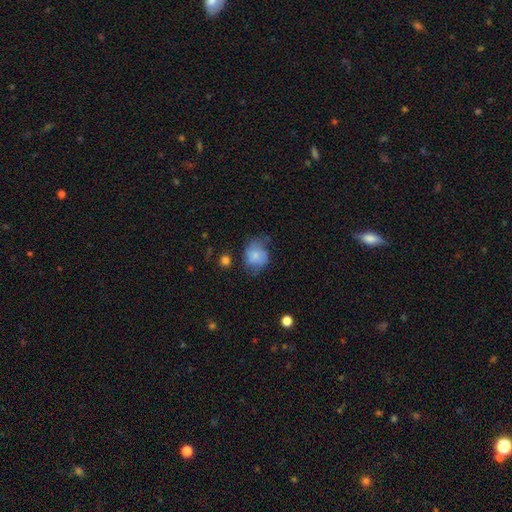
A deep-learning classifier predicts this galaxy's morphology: Smooth or featured: smooth — 65% (featured or disk — 27%)
How rounded: round — 58% (in between — 41%)
Merging: none — 46% (minor disturbance — 33%)